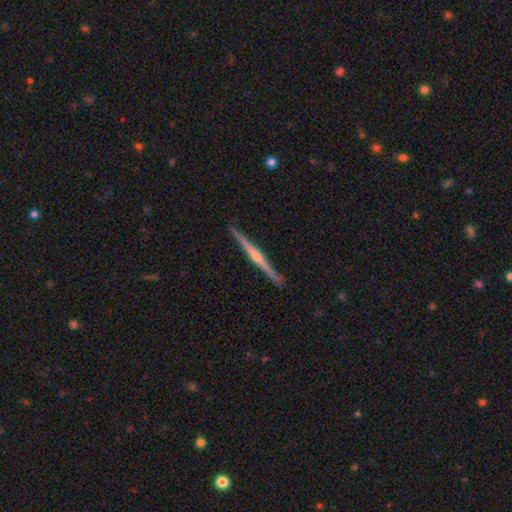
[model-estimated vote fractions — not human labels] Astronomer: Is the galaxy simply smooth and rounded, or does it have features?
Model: featured or disk — 76%.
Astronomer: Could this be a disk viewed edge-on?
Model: yes — 98%.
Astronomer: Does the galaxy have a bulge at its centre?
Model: rounded — 69%.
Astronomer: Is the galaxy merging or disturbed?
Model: none — 91%.